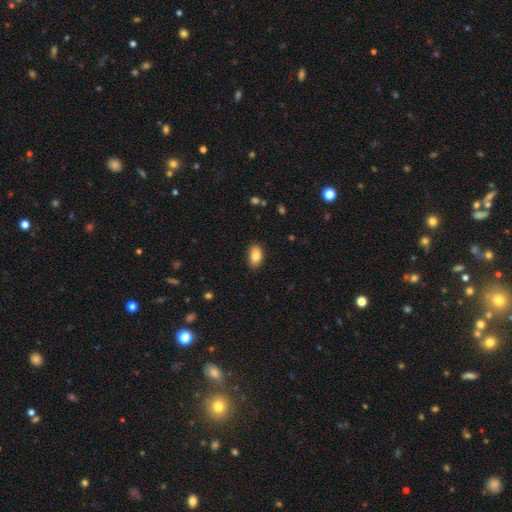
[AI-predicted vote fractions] Smooth or featured? Predicted: smooth (p=0.86). How rounded? Predicted: in between (p=0.92). Merging? Predicted: none (p=0.86).